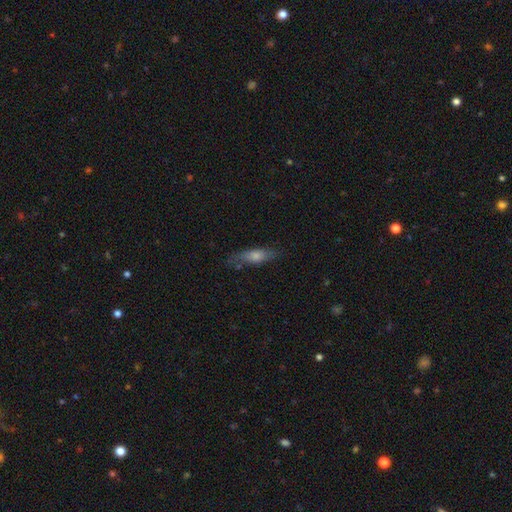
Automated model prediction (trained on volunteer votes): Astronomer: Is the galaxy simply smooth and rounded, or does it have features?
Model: smooth — 66%.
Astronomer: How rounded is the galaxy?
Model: cigar-shaped — 51% (runner-up: in between, 46%).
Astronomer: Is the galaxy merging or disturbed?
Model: none — 71%.